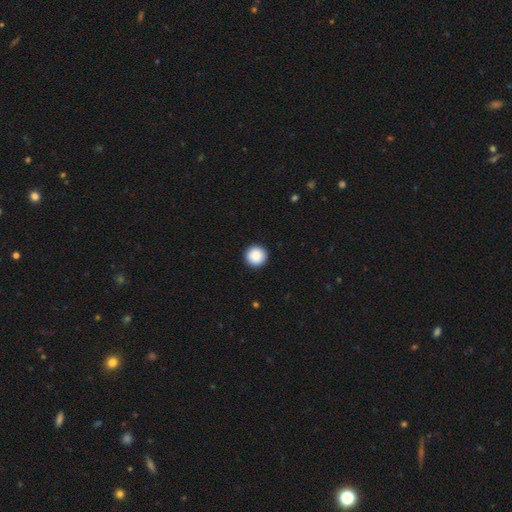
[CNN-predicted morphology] Smooth or featured?
  - smooth: 89% *
  - star or artifact: 8%
  - featured or disk: 3%
How rounded?
  - round: 96% *
  - in between: 3%
  - cigar-shaped: 1%
Merging?
  - none: 93% *
  - minor disturbance: 4%
  - major disturbance: 1%
  - merger: 1%